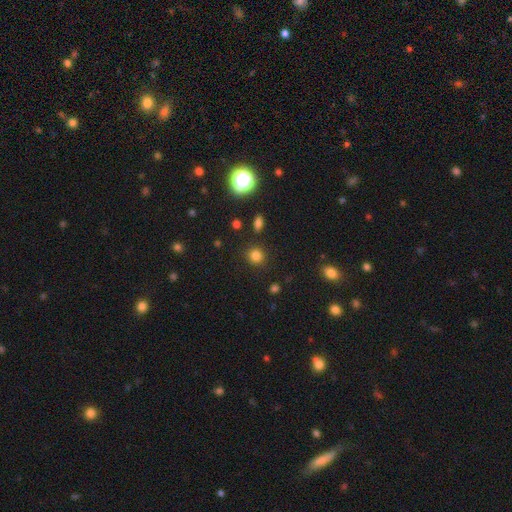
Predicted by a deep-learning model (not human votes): This is likely a smooth galaxy (79%). How rounded: clearly round (87%). Merging: clearly none (87%).